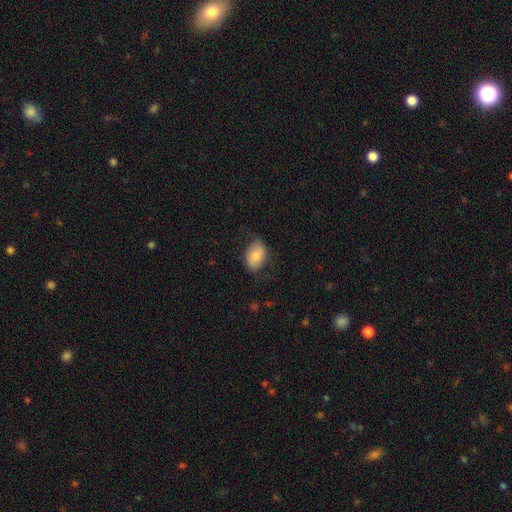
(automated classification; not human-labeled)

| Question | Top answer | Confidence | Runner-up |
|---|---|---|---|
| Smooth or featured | smooth | 73% | featured or disk (20%) |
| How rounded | in between | 82% | round (16%) |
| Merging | none | 68% | minor disturbance (22%) |